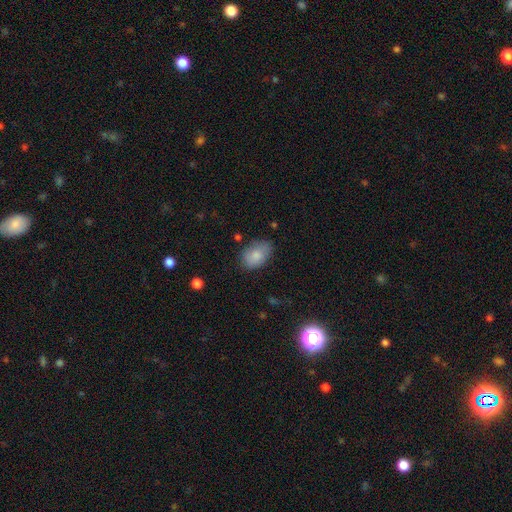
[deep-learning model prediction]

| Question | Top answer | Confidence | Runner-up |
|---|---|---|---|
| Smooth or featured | smooth | 83% | featured or disk (10%) |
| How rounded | in between | 86% | round (13%) |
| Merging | none | 69% | minor disturbance (23%) |